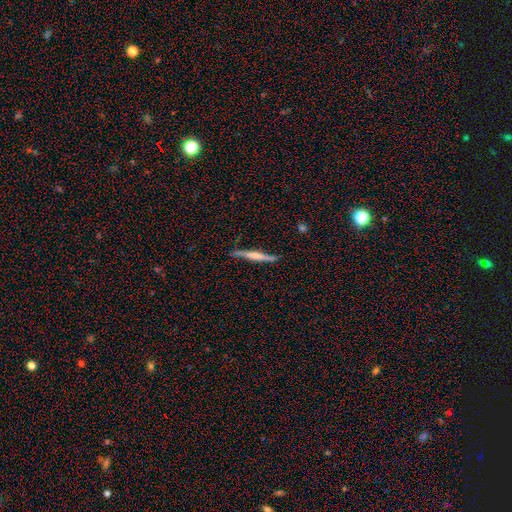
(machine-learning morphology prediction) smooth-or-featured: featured or disk: 53% | smooth: 42% | star or artifact: 6%
  disk-edge-on: yes: 95% | no: 5%
    edge-on-bulge: rounded: 40% | none: 34% | boxy: 26%
  merging: none: 83% | minor disturbance: 13% | major disturbance: 2% | merger: 2%